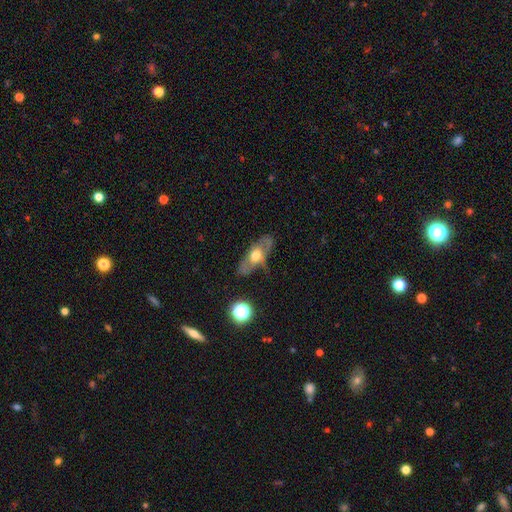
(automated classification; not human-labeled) Smooth or featured? featured or disk (50%)
Edge-on disk? no (69%)
Merging? none (60%)